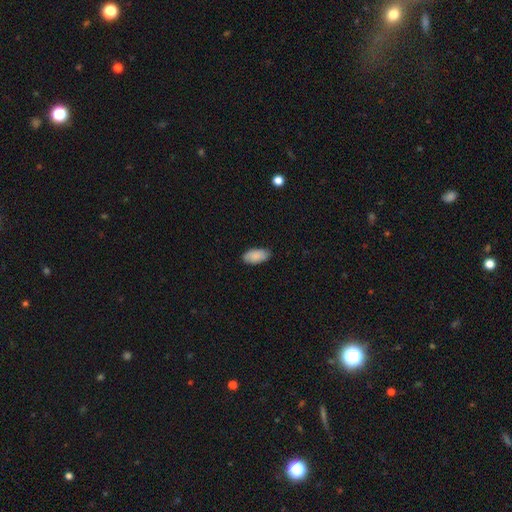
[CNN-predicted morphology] smooth-or-featured: smooth: 86% | featured or disk: 7% | star or artifact: 6%
  how-rounded: in between: 94% | cigar-shaped: 4% | round: 2%
  merging: none: 84% | minor disturbance: 13% | major disturbance: 2% | merger: 1%